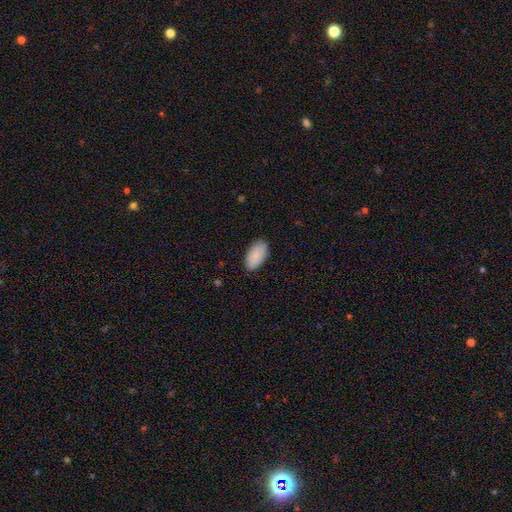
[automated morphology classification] Smooth or featured? Predicted: smooth (p=0.89). How rounded? Predicted: in between (p=0.95). Merging? Predicted: none (p=0.87).